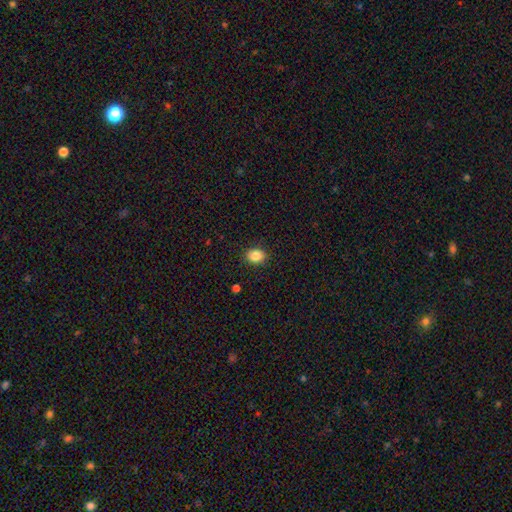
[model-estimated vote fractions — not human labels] A smooth galaxy with no disk features (86%) that is round (52%).

Vote fractions:
- Smooth or featured? smooth: 86% / star or artifact: 10% / featured or disk: 4%
- How rounded? round: 52% / in between: 47% / cigar-shaped: 1%
- Merging? none: 89% / minor disturbance: 8% / major disturbance: 2% / merger: 1%